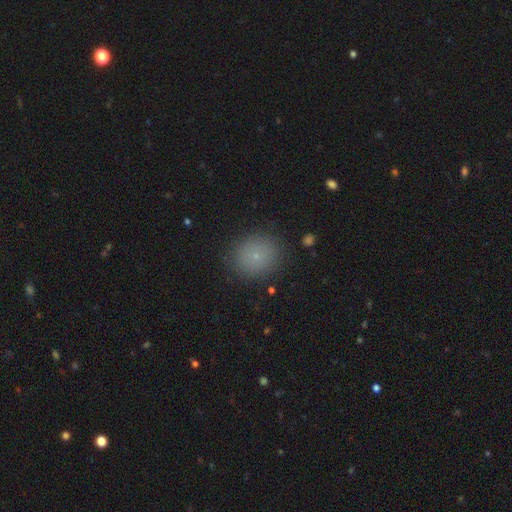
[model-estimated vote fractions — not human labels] smooth-or-featured: smooth: 76% | star or artifact: 15% | featured or disk: 9%
  how-rounded: round: 85% | in between: 14% | cigar-shaped: 1%
  merging: none: 88% | minor disturbance: 8% | major disturbance: 3% | merger: 1%